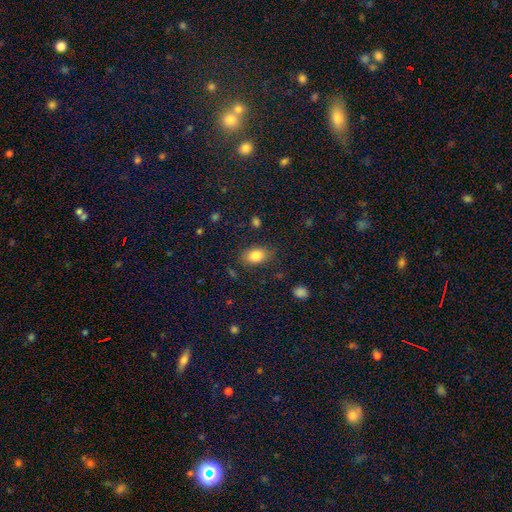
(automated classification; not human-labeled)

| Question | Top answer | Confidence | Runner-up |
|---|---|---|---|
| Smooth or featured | smooth | 83% | star or artifact (9%) |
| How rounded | in between | 83% | round (15%) |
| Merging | none | 80% | minor disturbance (14%) |